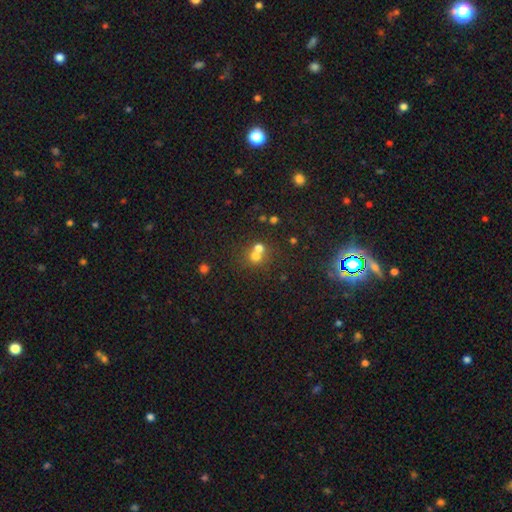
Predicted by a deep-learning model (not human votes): Smooth or featured? Predicted: smooth (p=0.66). How rounded? Predicted: round (p=0.83). Merging? Predicted: merger (p=0.54).